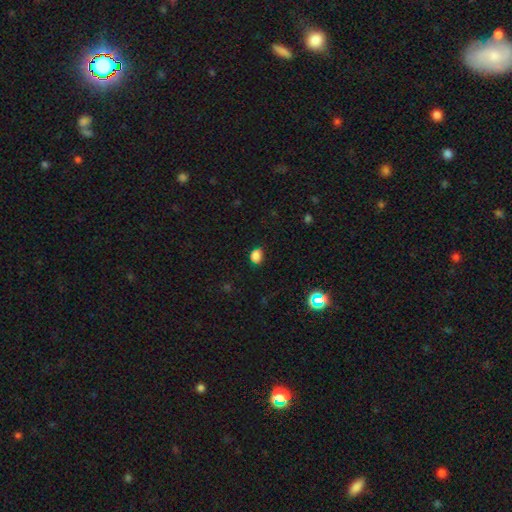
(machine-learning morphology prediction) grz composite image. It shows a smooth galaxy with no disk features (82%) that is in between round and cigar-shaped (50%). Merging: none (75%).